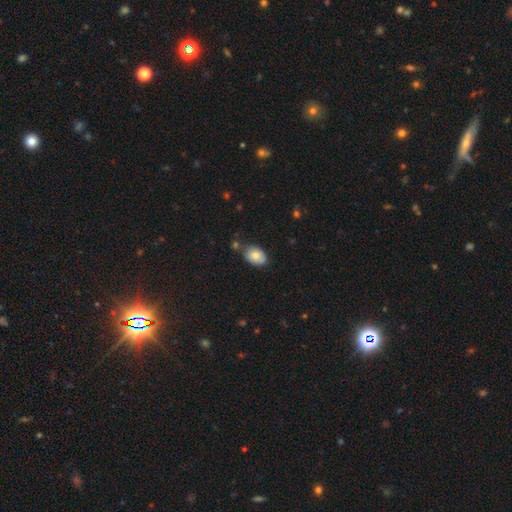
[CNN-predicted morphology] Q: Smooth or featured?
A: smooth (79%); runner-up: featured or disk (13%)
Q: How rounded?
A: in between (83%); runner-up: round (15%)
Q: Merging?
A: none (70%); runner-up: minor disturbance (19%)